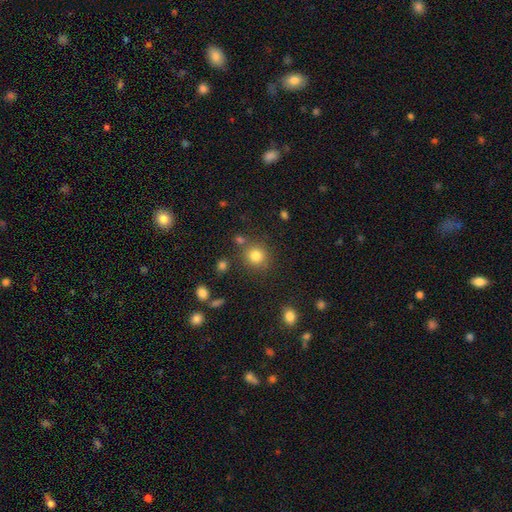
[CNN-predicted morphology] This is clearly a smooth galaxy (81%). How rounded: clearly round (90%). Merging: clearly none (80%).